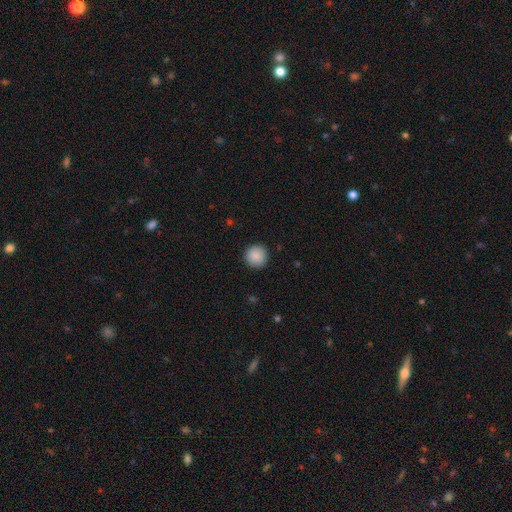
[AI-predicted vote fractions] This appears to be a smooth galaxy with no disk features (89%) that is round (95%). Merging: none (91%).